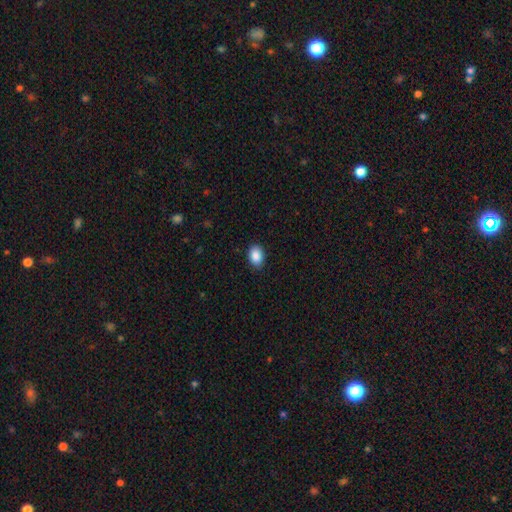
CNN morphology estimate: smooth 89%, star or artifact 8%, featured or disk 3%. Down the decision tree: how rounded — in between (80%); merging — none (87%).